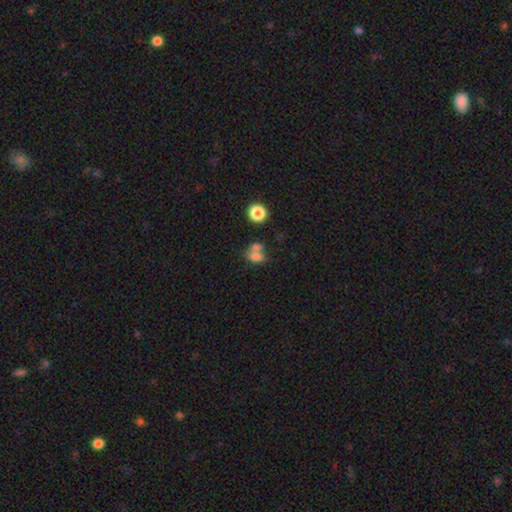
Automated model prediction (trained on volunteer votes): The model was most divided on "merging": merger: 55%, none: 29%, minor disturbance: 10%, major disturbance: 7%. More confident: smooth or featured — smooth (72%); how rounded — in between (68%).